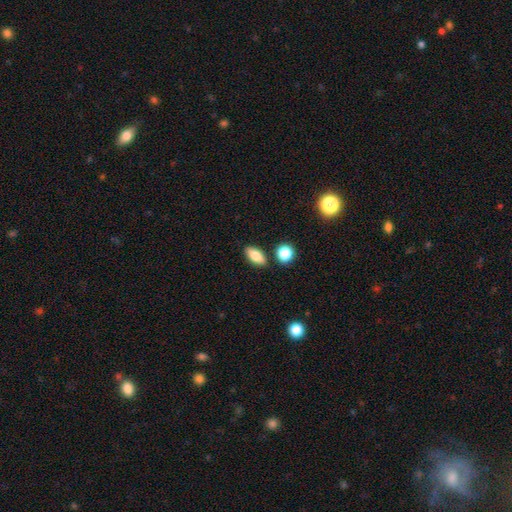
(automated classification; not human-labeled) Overall: smooth (81%). How rounded: in between (84%). Merging: none (83%).